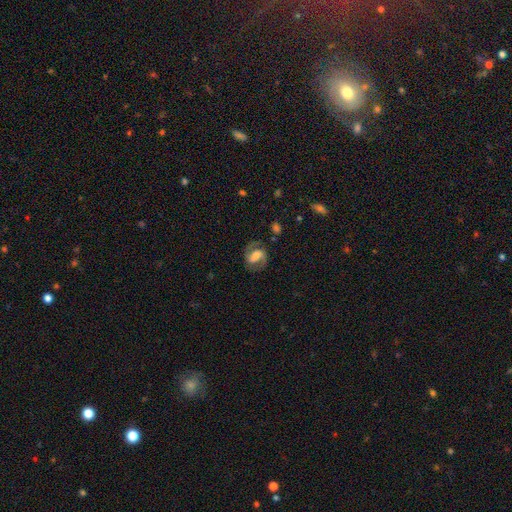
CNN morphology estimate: type=featured or disk (80%); edge-on=no (97%); bar=weak (42%); spiral arms=yes (95%); winding=medium (56%); arm count=2 (91%); bulge=moderate (49%); merging=none (79%).